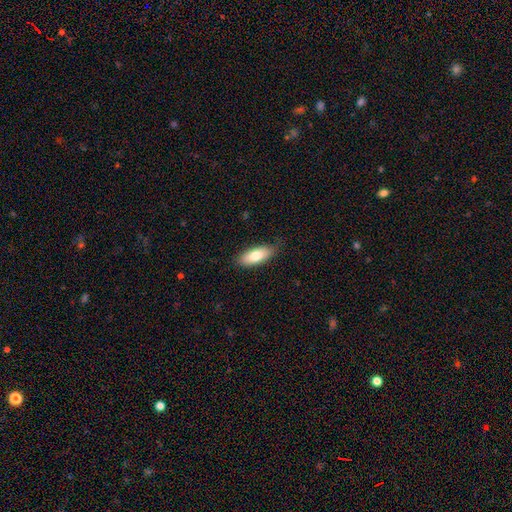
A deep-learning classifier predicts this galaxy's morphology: Smooth or featured? smooth (78%)
How rounded? in between (81%)
Merging? none (79%)